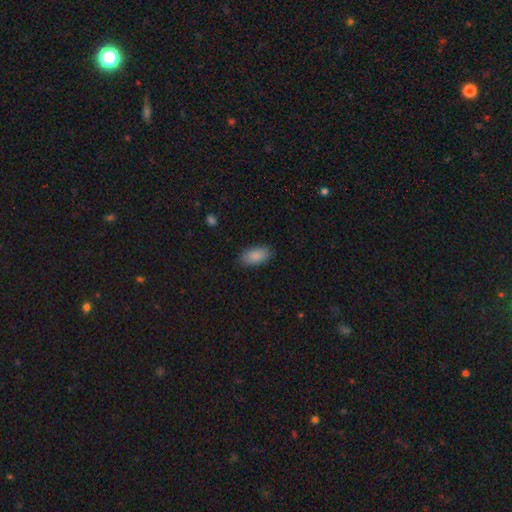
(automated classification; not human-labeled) The model was most divided on "merging": none: 87%, minor disturbance: 10%, major disturbance: 2%, merger: 1%. More confident: how rounded — in between (92%); smooth or featured — smooth (88%).